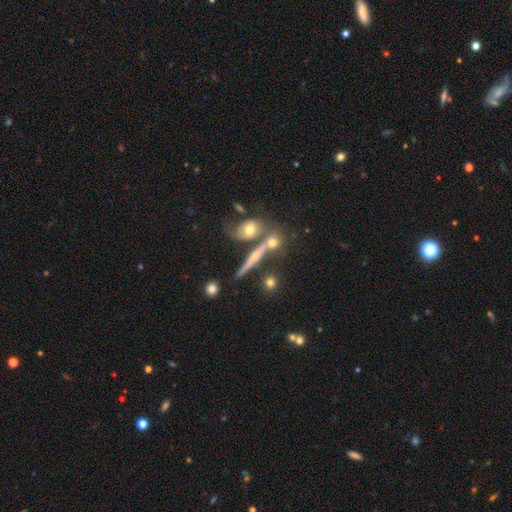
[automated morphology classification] Smooth or featured? featured or disk (58%)
Edge-on disk? yes (85%)
Merging? none (61%)